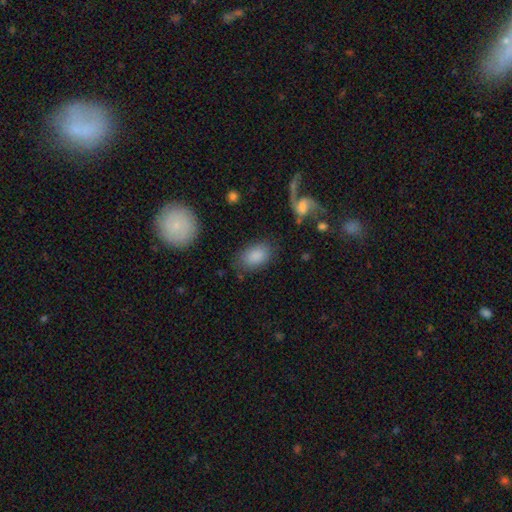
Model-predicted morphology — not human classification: type=smooth (86%); roundness=in between (90%); merging=none (75%).